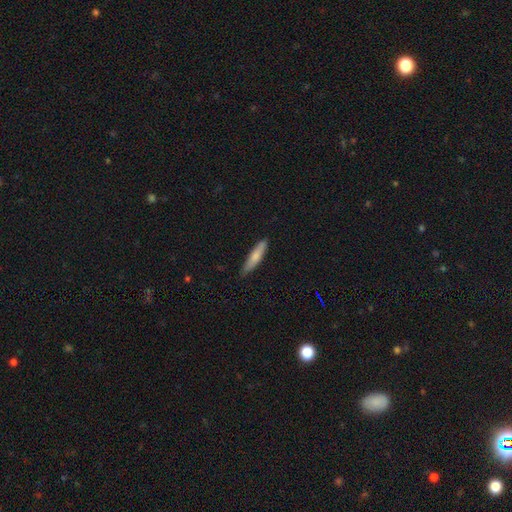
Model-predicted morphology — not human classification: Smooth or featured? smooth (73%)
How rounded? cigar-shaped (82%)
Merging? none (80%)